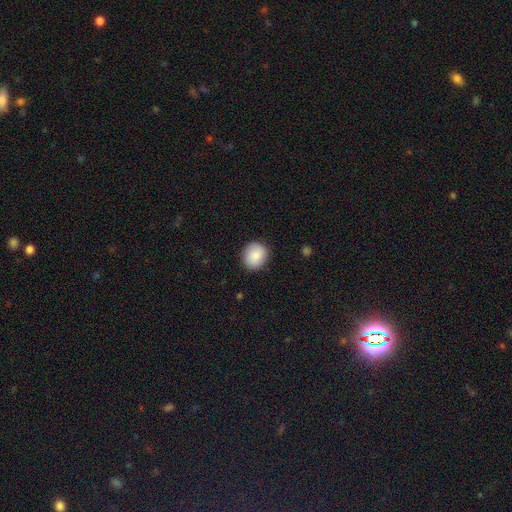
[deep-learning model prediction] The model was most divided on "how rounded": round: 77%, in between: 22%, cigar-shaped: 1%. More confident: merging — none (89%); smooth or featured — smooth (86%).